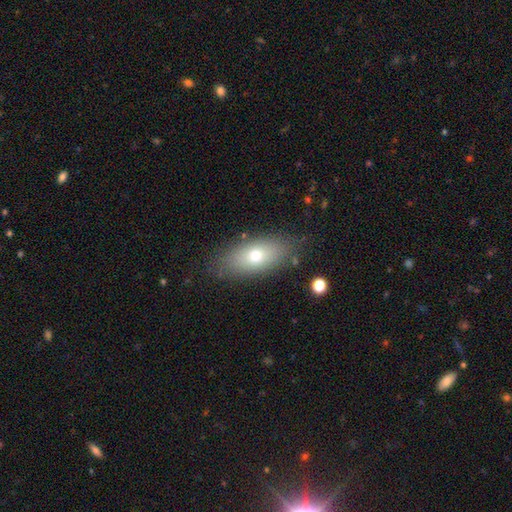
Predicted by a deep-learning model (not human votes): smooth 69%, featured or disk 21%, star or artifact 10%. Down the decision tree: how rounded — in between (83%); merging — none (81%).